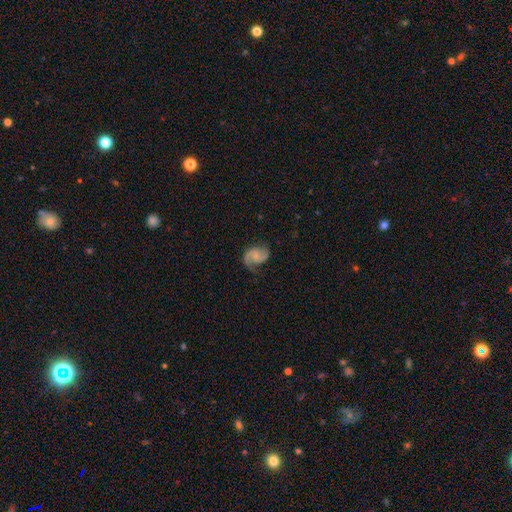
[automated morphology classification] Smooth or featured: featured or disk — 82% (smooth — 12%)
Edge-on disk: no — 98% (yes — 2%)
Bar: no — 58% (weak — 36%)
Spiral arms: yes — 97% (no — 3%)
Spiral winding: medium — 50% (loose — 31%)
Spiral arm count: 2 — 87% (1 — 7%)
Bulge size: small — 44% (none — 33%)
Merging: none — 72% (minor disturbance — 18%)